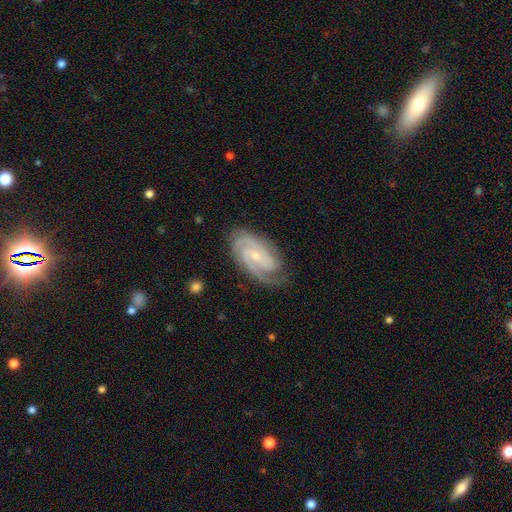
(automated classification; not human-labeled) smooth_or_featured: featured or disk (p=0.89) [alt: smooth p=0.06]
disk_edge_on: no (p=0.96) [alt: yes p=0.04]
bar: no (p=0.58) [alt: weak p=0.32]
has_spiral_arms: yes (p=0.98) [alt: no p=0.02]
spiral_winding: tight (p=0.67) [alt: medium p=0.28]
spiral_arm_count: 2 (p=0.37) [alt: 3 p=0.35]
bulge_size: small (p=0.70) [alt: moderate p=0.27]
merging: none (p=0.79) [alt: minor disturbance p=0.16]